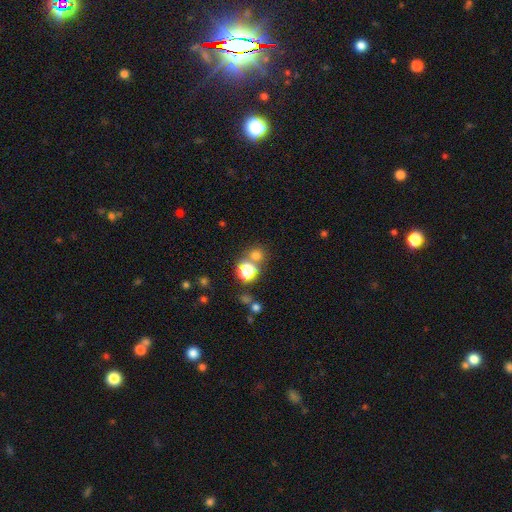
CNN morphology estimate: A smooth galaxy with no disk features (67%) that is round (88%). Merging: none (66%).